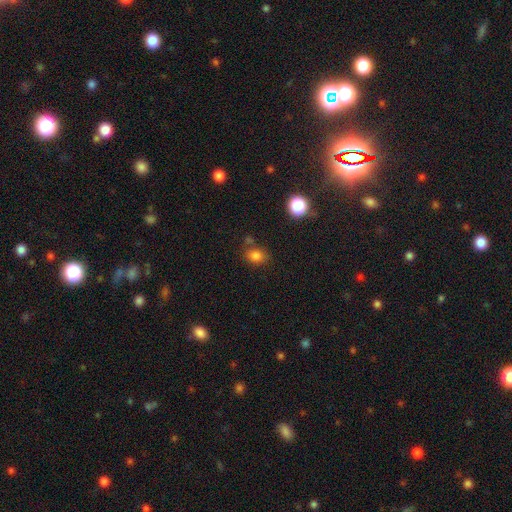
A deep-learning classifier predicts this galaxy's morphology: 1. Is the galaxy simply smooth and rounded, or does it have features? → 79% smooth, 14% star or artifact, 7% featured or disk.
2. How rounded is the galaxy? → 52% in between, 47% round, 1% cigar-shaped.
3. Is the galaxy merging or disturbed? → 69% none, 15% minor disturbance, 11% merger, 5% major disturbance.